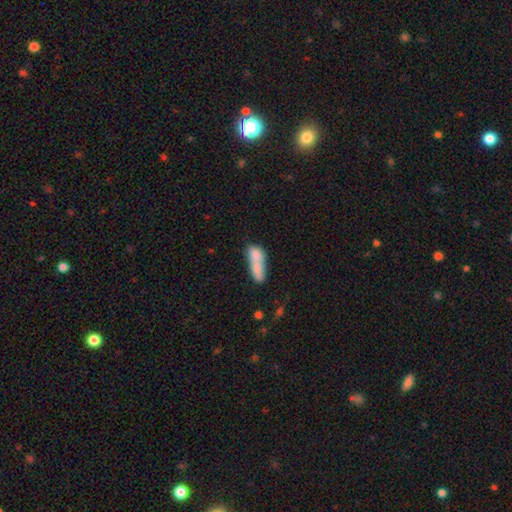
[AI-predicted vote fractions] Q: Smooth or featured?
A: smooth (72%); runner-up: featured or disk (20%)
Q: How rounded?
A: in between (62%); runner-up: cigar-shaped (32%)
Q: Merging?
A: merger (60%); runner-up: none (22%)